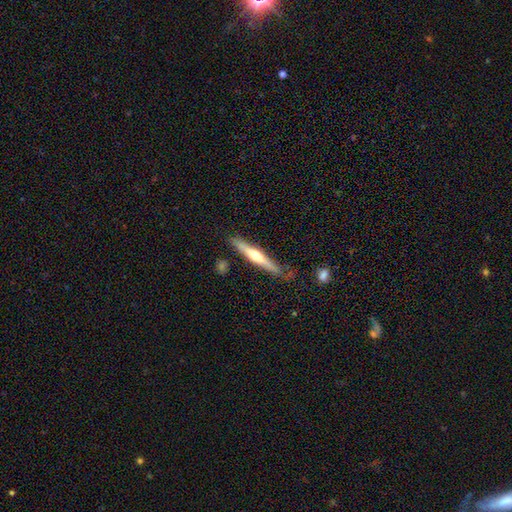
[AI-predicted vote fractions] Smooth or featured: featured or disk — 63% (smooth — 31%)
Edge-on disk: yes — 96% (no — 4%)
Edge-on bulge: rounded — 89% (none — 8%)
Merging: none — 82% (minor disturbance — 13%)